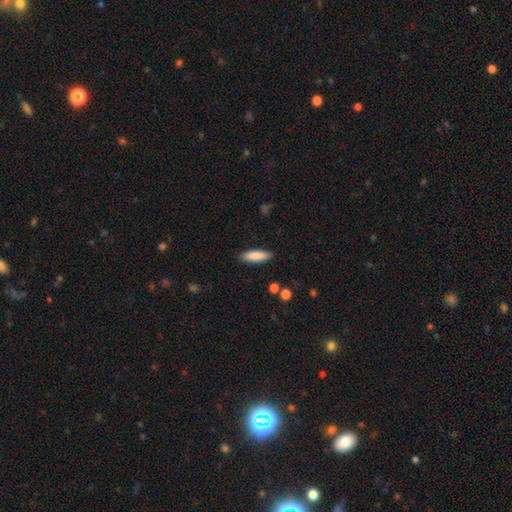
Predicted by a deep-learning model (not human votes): A smooth galaxy with no disk features (86%) that is cigar-shaped (52%).

Vote fractions:
- Smooth or featured? smooth: 86% / featured or disk: 7% / star or artifact: 6%
- How rounded? cigar-shaped: 52% / in between: 47% / round: 2%
- Merging? none: 88% / minor disturbance: 9% / major disturbance: 2% / merger: 1%